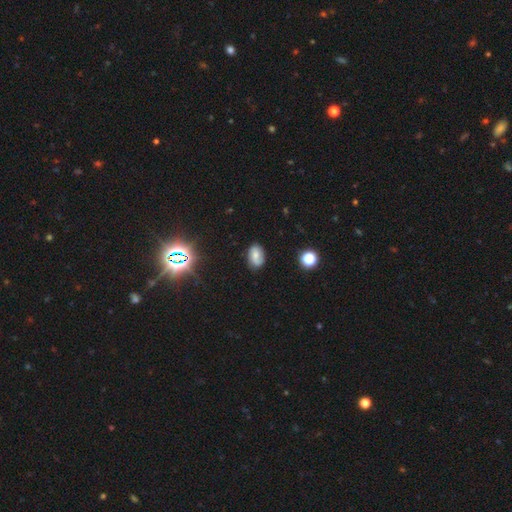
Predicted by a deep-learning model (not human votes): This appears to be a smooth galaxy with no disk features (55%) that is in between round and cigar-shaped (85%). Merging: none (79%).